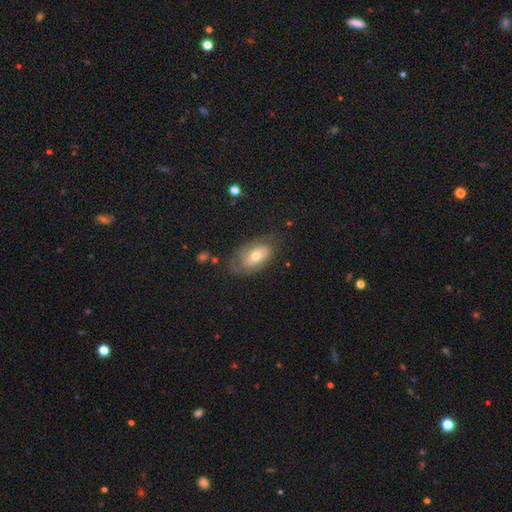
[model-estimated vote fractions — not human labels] smooth-or-featured: featured or disk: 48% | smooth: 44% | star or artifact: 8%
  merging: none: 61% | minor disturbance: 24% | major disturbance: 12% | merger: 2%